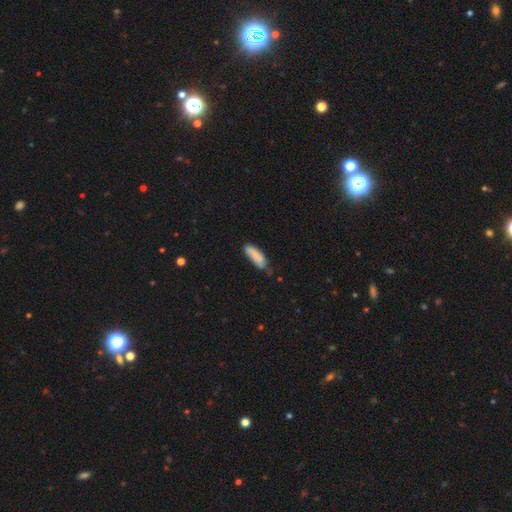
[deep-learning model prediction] A smooth galaxy with no disk features (82%) that is in between round and cigar-shaped (52%).

Vote fractions:
- Smooth or featured? smooth: 82% / featured or disk: 11% / star or artifact: 7%
- How rounded? in between: 52% / cigar-shaped: 47% / round: 2%
- Merging? none: 48% / minor disturbance: 37% / major disturbance: 9% / merger: 5%